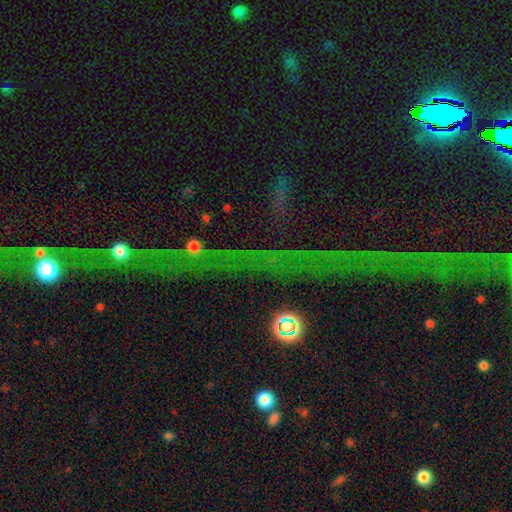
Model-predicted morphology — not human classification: Smooth or featured?
  - star or artifact: 78% *
  - featured or disk: 13%
  - smooth: 10%